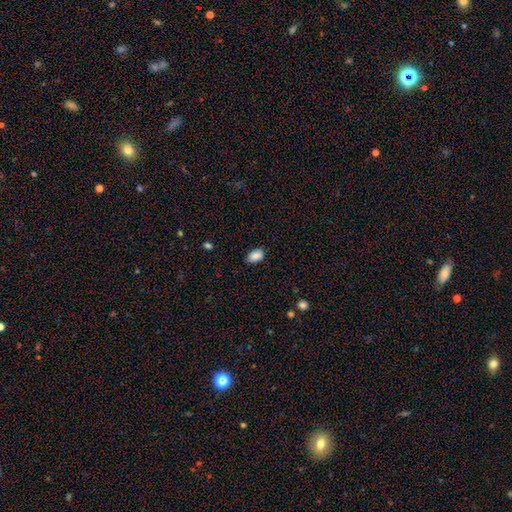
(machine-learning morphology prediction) Q: Smooth or featured?
A: smooth (87%); runner-up: star or artifact (8%)
Q: How rounded?
A: in between (89%); runner-up: round (9%)
Q: Merging?
A: none (82%); runner-up: minor disturbance (14%)